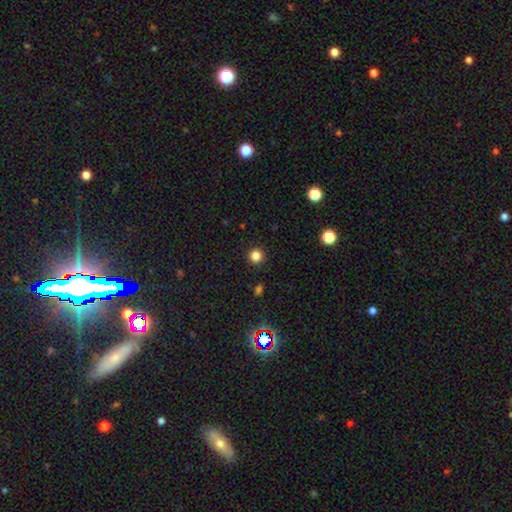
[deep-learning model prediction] smooth 83%, star or artifact 13%, featured or disk 3%. Down the decision tree: how rounded — round (94%); merging — none (92%).